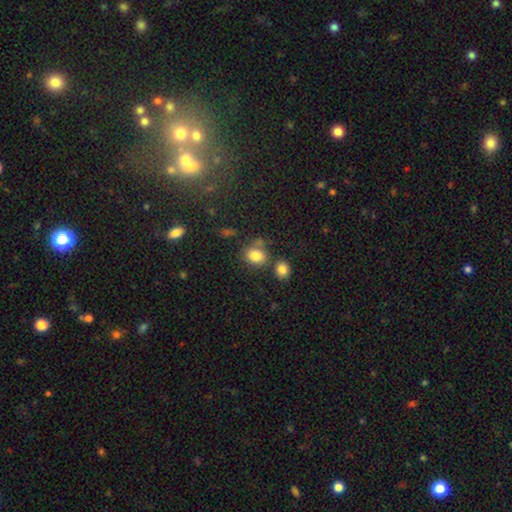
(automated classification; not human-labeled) This is clearly a smooth galaxy (82%). How rounded: possibly round (53%). Merging: likely none (62%).